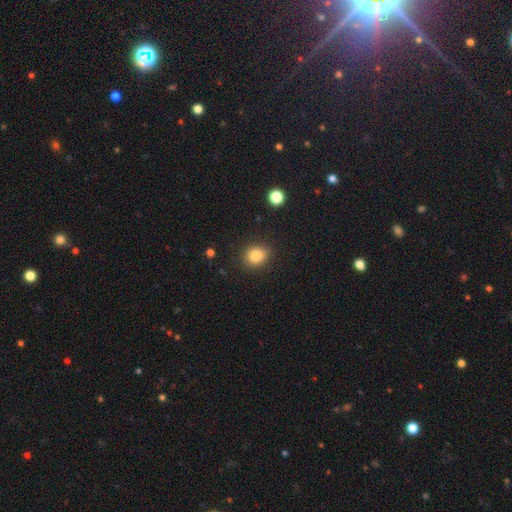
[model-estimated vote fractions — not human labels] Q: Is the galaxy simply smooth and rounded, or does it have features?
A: smooth — 85%.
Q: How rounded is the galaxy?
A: round — 63%.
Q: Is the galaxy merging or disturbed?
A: none — 86%.